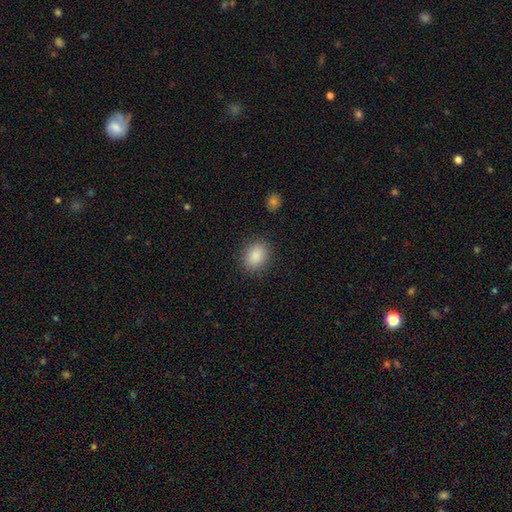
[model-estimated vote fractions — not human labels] Morphology: type=smooth (88%); roundness=in between (64%); merging=none (86%).